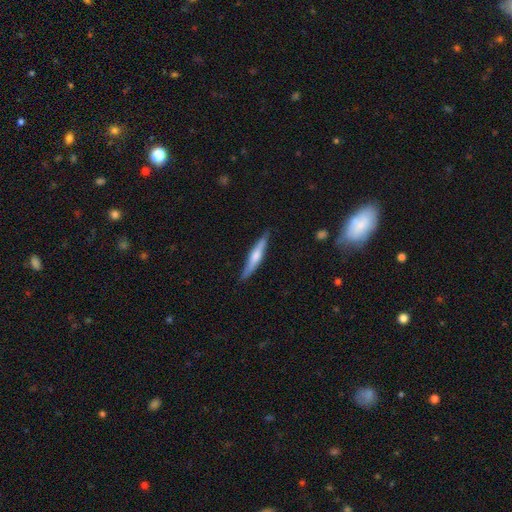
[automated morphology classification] Smooth or featured? featured or disk (49%)
Merging? none (86%)